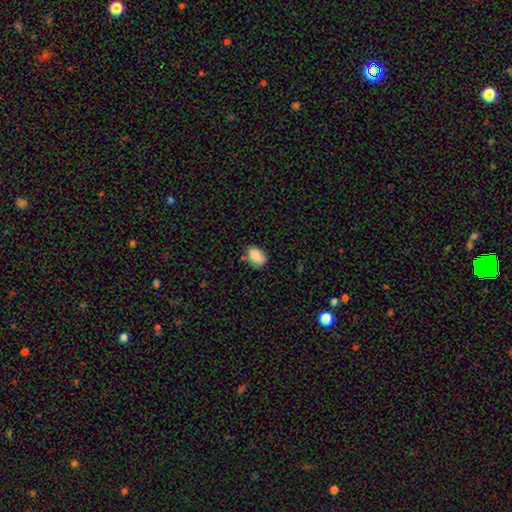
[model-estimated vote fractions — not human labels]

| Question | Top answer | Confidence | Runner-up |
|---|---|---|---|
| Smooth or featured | smooth | 85% | star or artifact (8%) |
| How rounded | in between | 80% | round (19%) |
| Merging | none | 62% | minor disturbance (28%) |